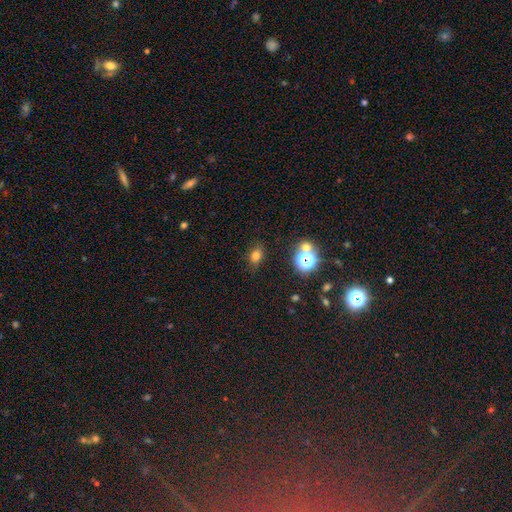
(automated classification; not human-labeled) This is likely a smooth galaxy (74%). How rounded: likely in between (60%). Merging: likely none (80%).